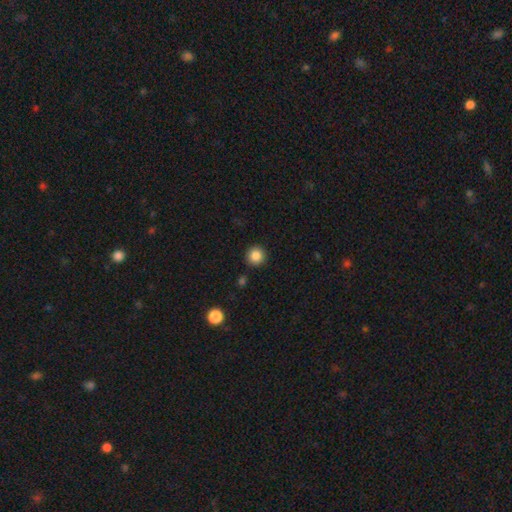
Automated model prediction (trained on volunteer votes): smooth_or_featured: smooth (p=0.86) [alt: star or artifact p=0.10]
how_rounded: round (p=0.95) [alt: in between p=0.04]
merging: none (p=0.90) [alt: minor disturbance p=0.06]